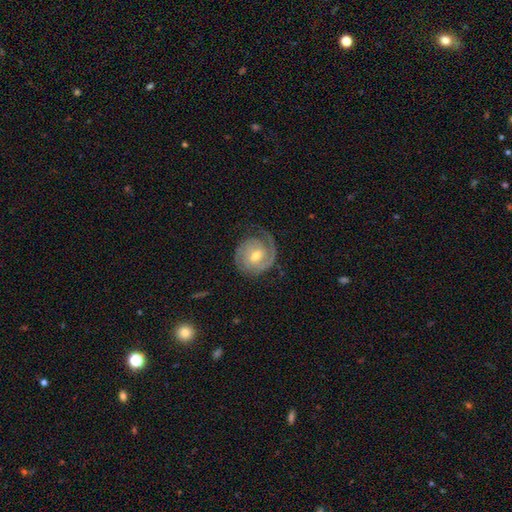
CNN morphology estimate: smooth-or-featured: featured or disk: 80% | smooth: 15% | star or artifact: 5%
  disk-edge-on: no: 98% | yes: 2%
    bar: no: 50% | weak: 41% | strong: 10%
    has-spiral-arms: yes: 94% | no: 6%
      spiral-winding: tight: 60% | medium: 29% | loose: 11%
      spiral-arm-count: 1: 44% | 2: 38% | can't tell: 10% | 3: 4% | 4: 2% | more than 4: 2%
    bulge-size: moderate: 61% | small: 35% | large: 3% | none: 1% | dominant: 1%
  merging: none: 68% | minor disturbance: 18% | major disturbance: 13% | merger: 2%